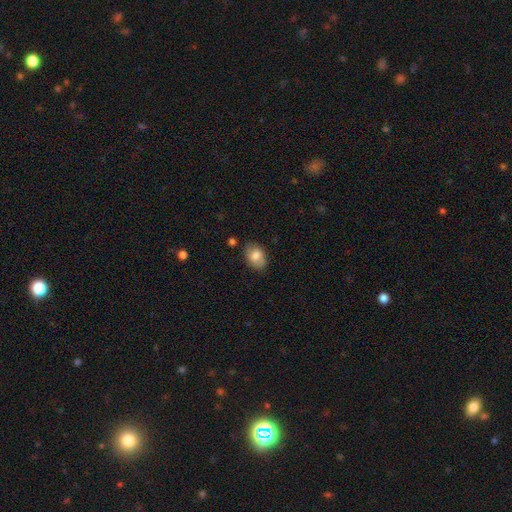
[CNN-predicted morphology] A smooth galaxy with no disk features (80%) that is in between round and cigar-shaped (79%).

Vote fractions:
- Smooth or featured? smooth: 80% / featured or disk: 13% / star or artifact: 7%
- How rounded? in between: 79% / round: 19% / cigar-shaped: 1%
- Merging? none: 78% / minor disturbance: 16% / major disturbance: 4% / merger: 2%